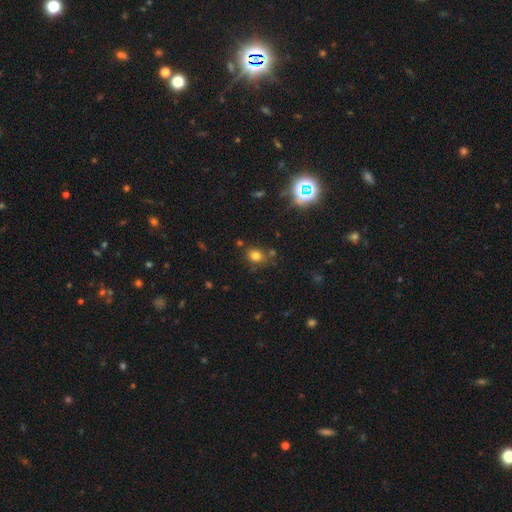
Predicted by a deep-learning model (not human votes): The model was most divided on "how rounded": round: 62%, in between: 36%, cigar-shaped: 1%. More confident: smooth or featured — smooth (76%); merging — none (72%).